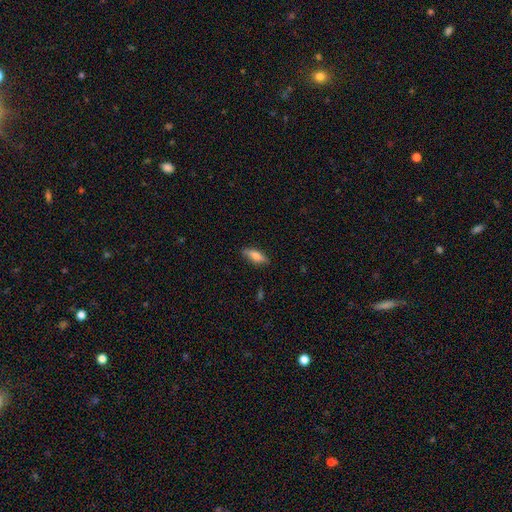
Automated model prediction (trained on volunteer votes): This is likely a smooth galaxy (66%). How rounded: possibly in between (53%). Merging: clearly none (85%).